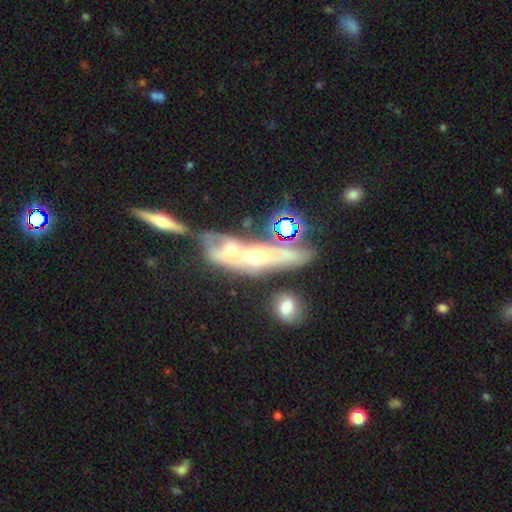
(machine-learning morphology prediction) type=featured or disk (60%); edge-on=no (62%); merging=merger (52%).